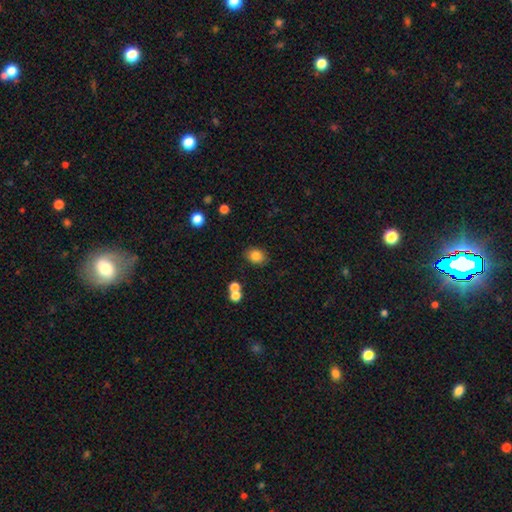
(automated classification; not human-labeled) smooth-or-featured: smooth: 82% | star or artifact: 10% | featured or disk: 7%
  how-rounded: in between: 53% | round: 46% | cigar-shaped: 1%
  merging: none: 82% | minor disturbance: 11% | merger: 5% | major disturbance: 3%